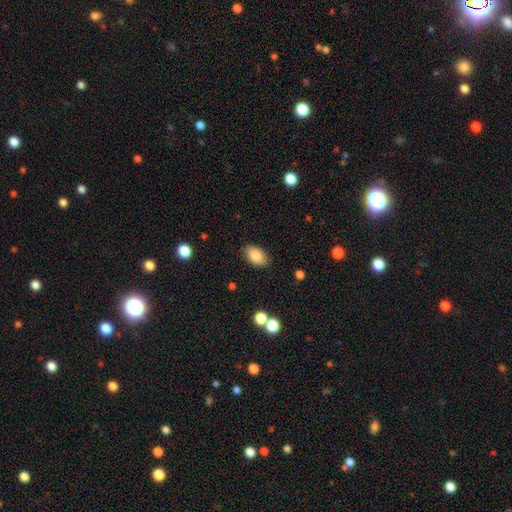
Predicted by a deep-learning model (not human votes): Q: Smooth or featured?
A: smooth (85%); runner-up: featured or disk (8%)
Q: How rounded?
A: in between (90%); runner-up: round (8%)
Q: Merging?
A: none (84%); runner-up: minor disturbance (12%)